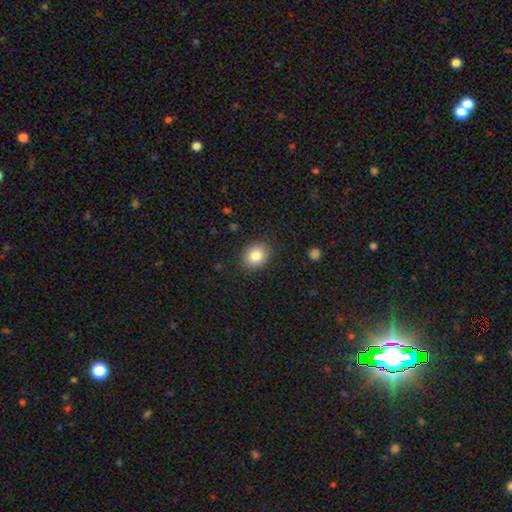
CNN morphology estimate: smooth 83%, star or artifact 9%, featured or disk 8%. Down the decision tree: how rounded — round (55%); merging — none (88%).